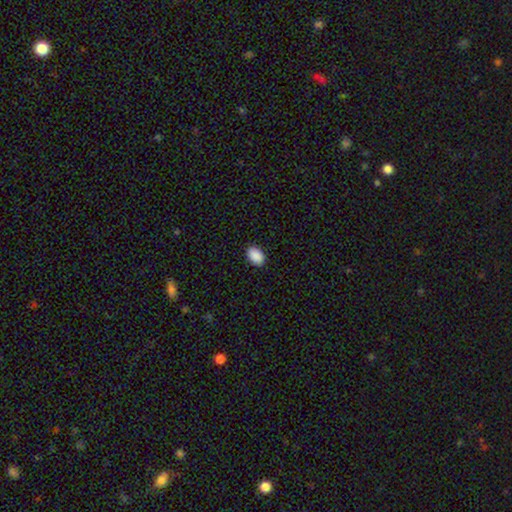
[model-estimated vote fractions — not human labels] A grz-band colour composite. It shows a smooth galaxy with no disk features (91%) that is in between round and cigar-shaped (87%). Merging: none (90%).